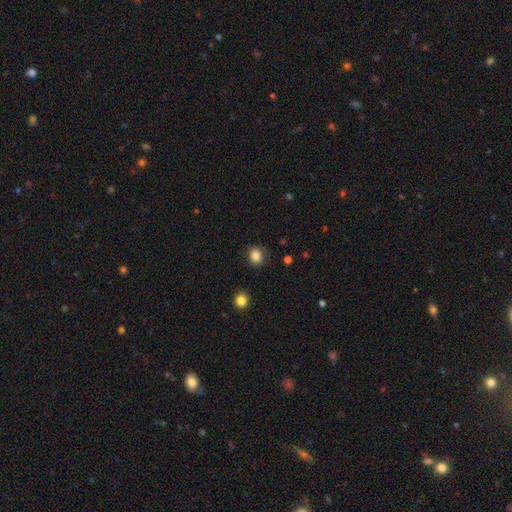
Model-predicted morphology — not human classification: Smooth or featured?
  - smooth: 84% *
  - star or artifact: 11%
  - featured or disk: 5%
How rounded?
  - round: 70% *
  - in between: 29%
  - cigar-shaped: 1%
Merging?
  - none: 86% *
  - minor disturbance: 10%
  - major disturbance: 3%
  - merger: 1%